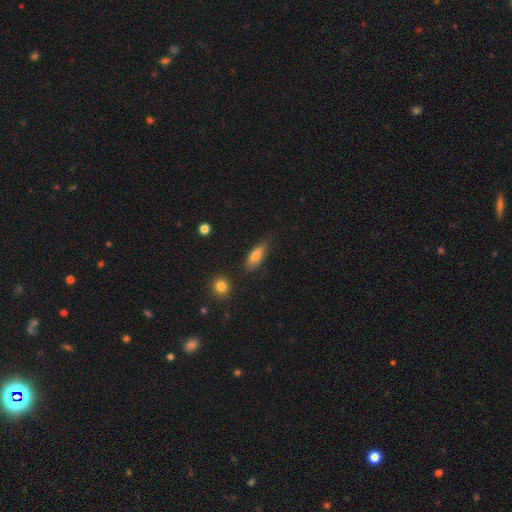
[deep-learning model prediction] Smooth or featured: smooth — 75% (featured or disk — 18%)
How rounded: in between — 71% (cigar-shaped — 26%)
Merging: none — 81% (minor disturbance — 14%)